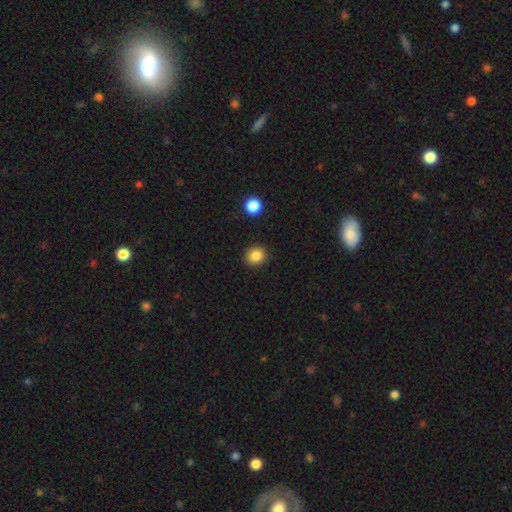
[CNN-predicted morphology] smooth 85%, star or artifact 10%, featured or disk 5%. Down the decision tree: how rounded — round (84%); merging — none (91%).